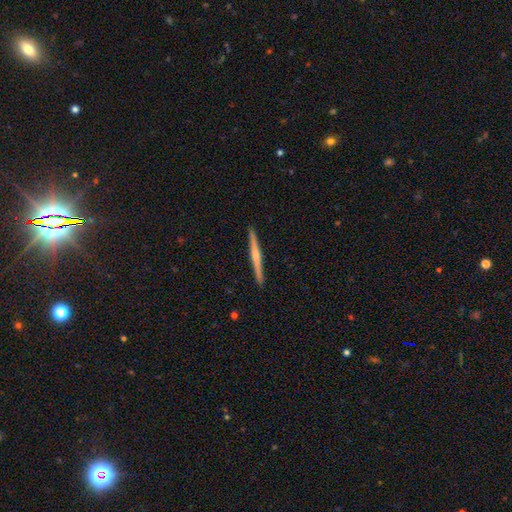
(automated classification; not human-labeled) Smooth or featured? Predicted: featured or disk (p=0.64). Edge-on disk? Predicted: yes (p=0.98). Edge-on bulge? Predicted: rounded (p=0.56). Merging? Predicted: none (p=0.92).